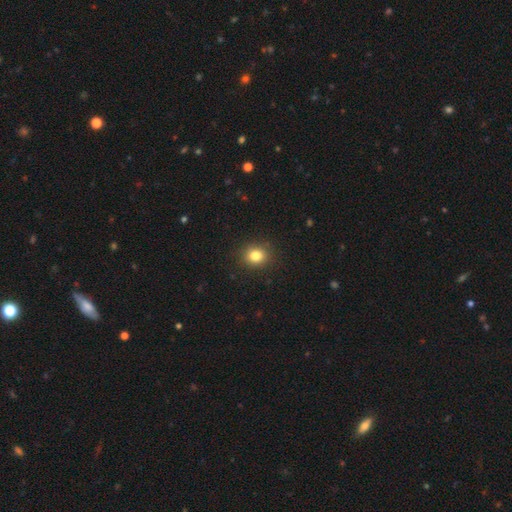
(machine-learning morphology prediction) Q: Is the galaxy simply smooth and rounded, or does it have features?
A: smooth — 82%.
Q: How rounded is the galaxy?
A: round — 75%.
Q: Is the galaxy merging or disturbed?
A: none — 90%.